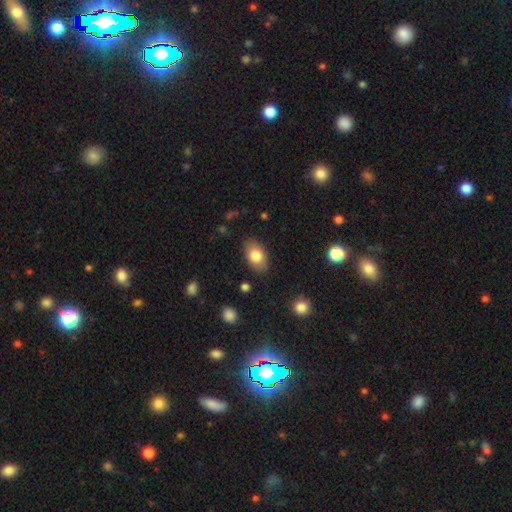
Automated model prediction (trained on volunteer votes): Overall: smooth (80%). How rounded: in between (89%). Merging: none (85%).